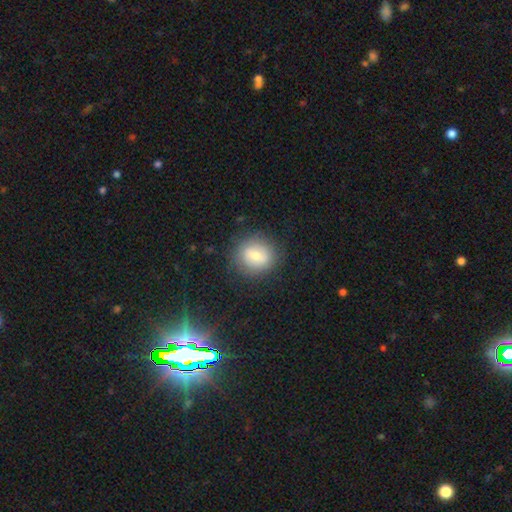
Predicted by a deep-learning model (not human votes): Overall: smooth (61%; featured or disk 30%). How rounded: round (80%). Merging: none (82%).